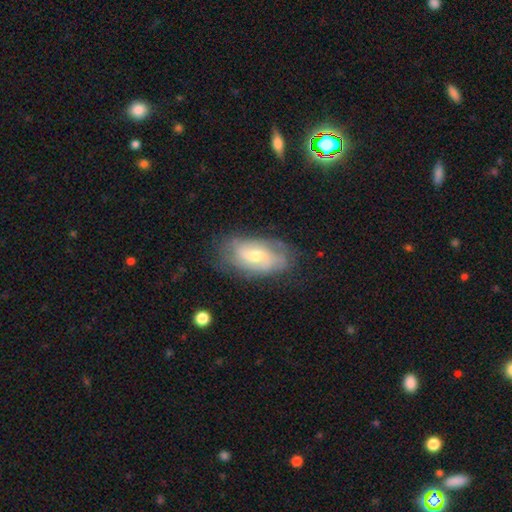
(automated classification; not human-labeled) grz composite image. It shows a featured or disk galaxy (61%) with no bar (51%), spiral arms (79%) and a moderate central bulge (57%). Merging: none (67%).